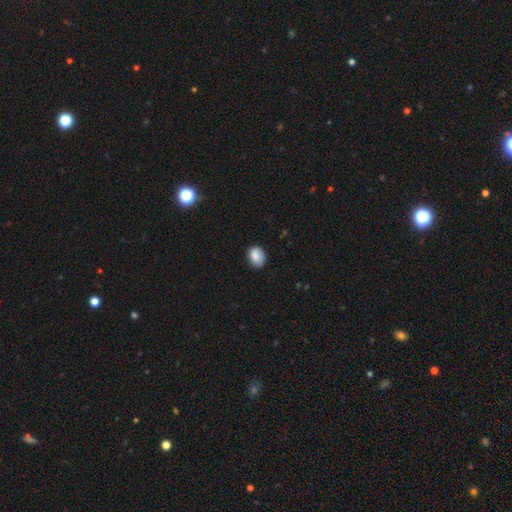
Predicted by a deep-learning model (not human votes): Smooth or featured? smooth (86%)
How rounded? in between (71%)
Merging? none (80%)